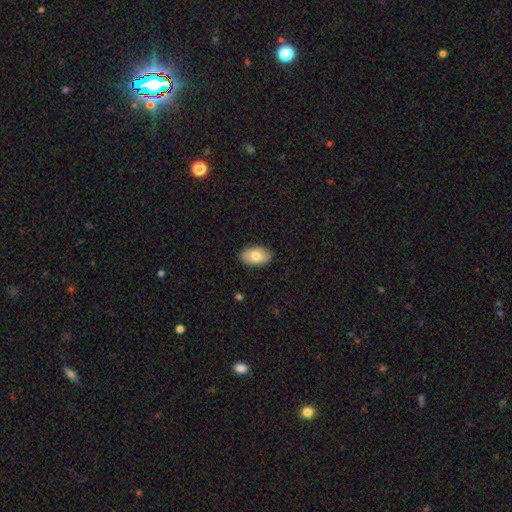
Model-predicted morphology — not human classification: This is likely a smooth galaxy (77%). How rounded: clearly in between (93%). Merging: clearly none (88%).